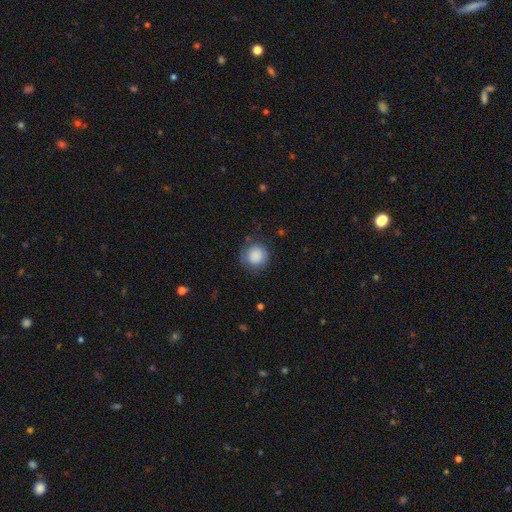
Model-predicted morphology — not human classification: Q: Smooth or featured?
A: smooth (87%); runner-up: star or artifact (8%)
Q: How rounded?
A: round (91%); runner-up: in between (8%)
Q: Merging?
A: none (77%); runner-up: minor disturbance (15%)